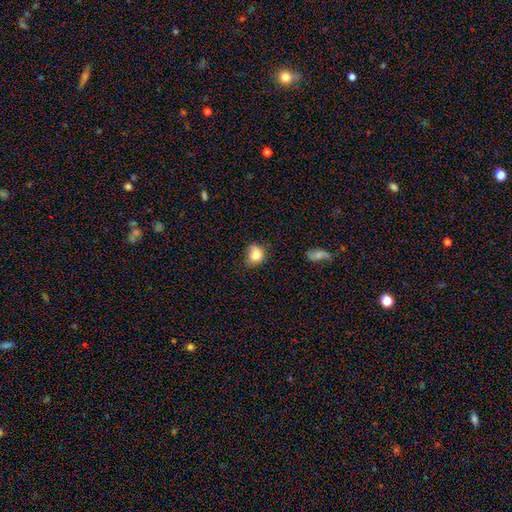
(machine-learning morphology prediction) Smooth or featured? smooth (82%)
How rounded? round (57%)
Merging? none (53%)